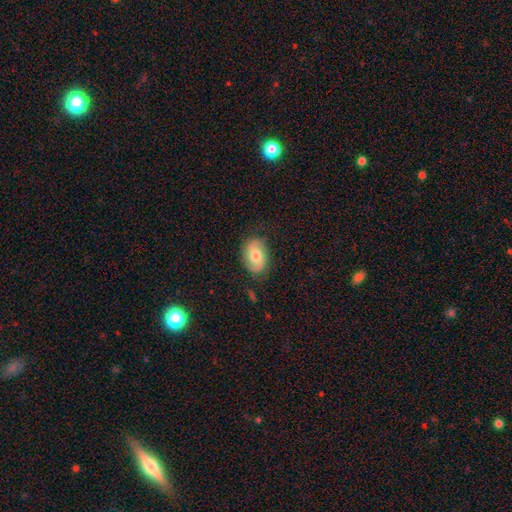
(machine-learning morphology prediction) This appears to be a smooth galaxy with no disk features (65%) that is in between round and cigar-shaped (81%). Merging: none (76%).